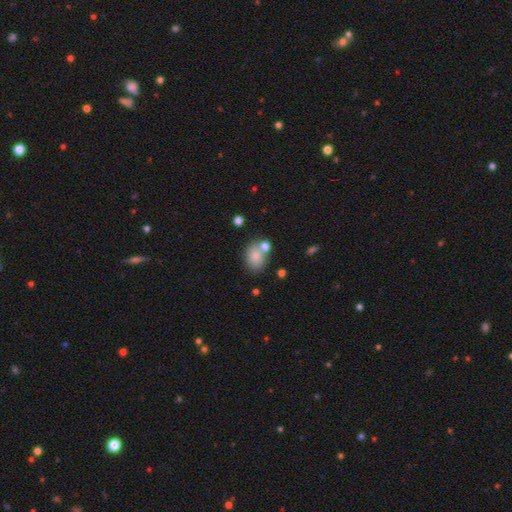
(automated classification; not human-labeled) smooth 80%, star or artifact 10%, featured or disk 10%. Down the decision tree: how rounded — in between (60%); merging — none (59%).